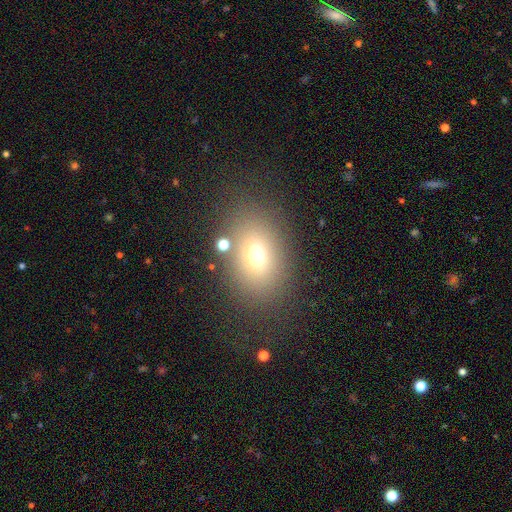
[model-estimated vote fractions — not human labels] smooth-or-featured: smooth: 69% | star or artifact: 17% | featured or disk: 14%
  how-rounded: in between: 67% | round: 32% | cigar-shaped: 1%
  merging: none: 76% | minor disturbance: 11% | major disturbance: 7% | merger: 6%